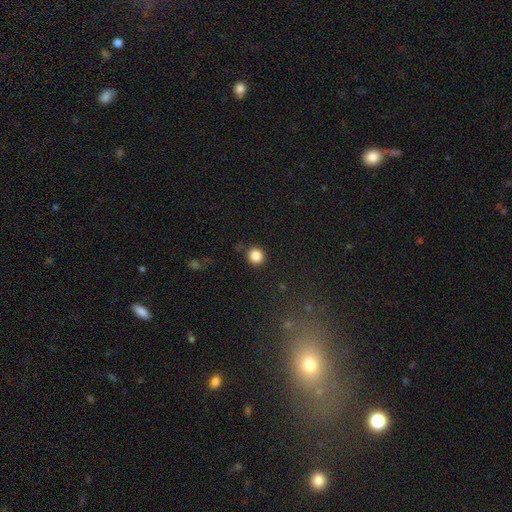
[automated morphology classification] Overall: smooth (85%). How rounded: round (90%). Merging: none (87%).